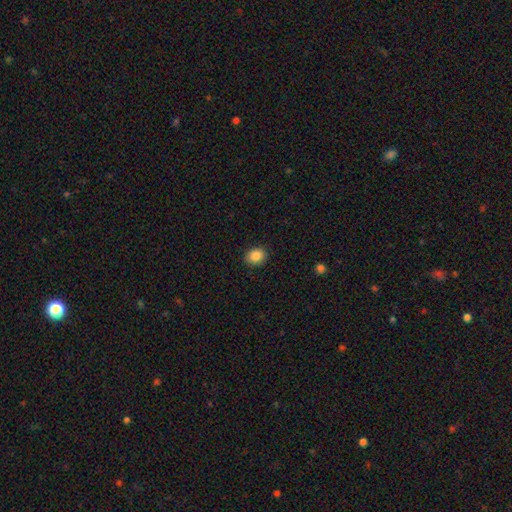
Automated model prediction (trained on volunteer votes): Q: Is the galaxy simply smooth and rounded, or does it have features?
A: smooth — 87%.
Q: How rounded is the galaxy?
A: round — 50%.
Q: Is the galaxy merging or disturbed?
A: none — 89%.